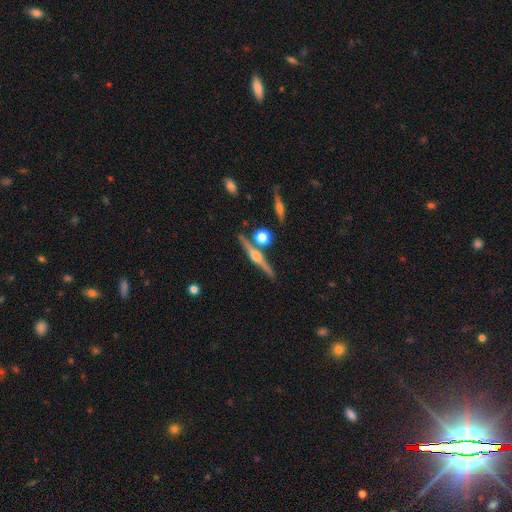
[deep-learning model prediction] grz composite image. It shows a featured or disk galaxy (83%) viewed edge-on (98%) with a rounded central bulge (90%). Merging: none (83%).